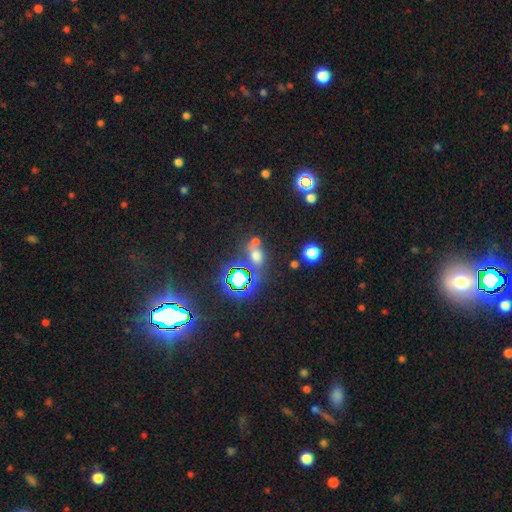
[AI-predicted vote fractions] Smooth or featured: smooth — 47% (star or artifact — 40%)
Merging: none — 50% (merger — 28%)